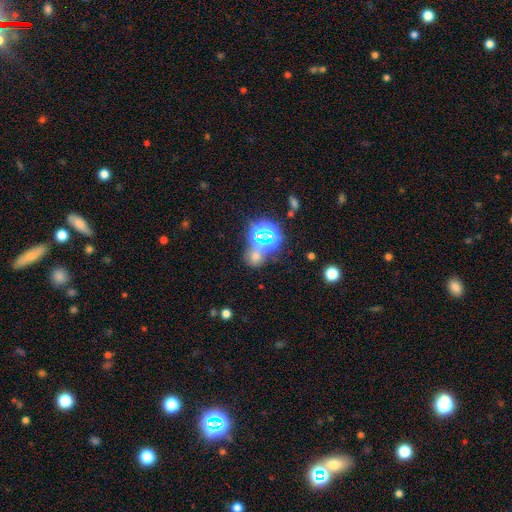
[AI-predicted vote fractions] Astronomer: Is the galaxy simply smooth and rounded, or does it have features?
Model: star or artifact — 49% (runner-up: smooth, 43%).